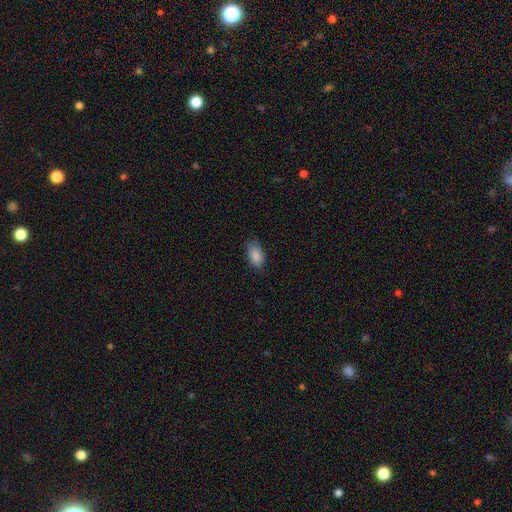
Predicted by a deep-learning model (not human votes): smooth-or-featured: smooth: 88% | star or artifact: 7% | featured or disk: 4%
  how-rounded: in between: 92% | round: 4% | cigar-shaped: 3%
  merging: none: 79% | minor disturbance: 17% | major disturbance: 3% | merger: 1%